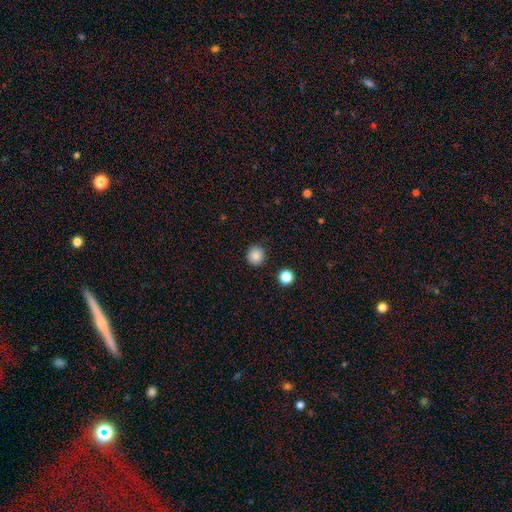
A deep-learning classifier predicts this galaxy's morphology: Smooth or featured: smooth — 84% (star or artifact — 10%)
How rounded: round — 94% (in between — 5%)
Merging: none — 91% (minor disturbance — 6%)